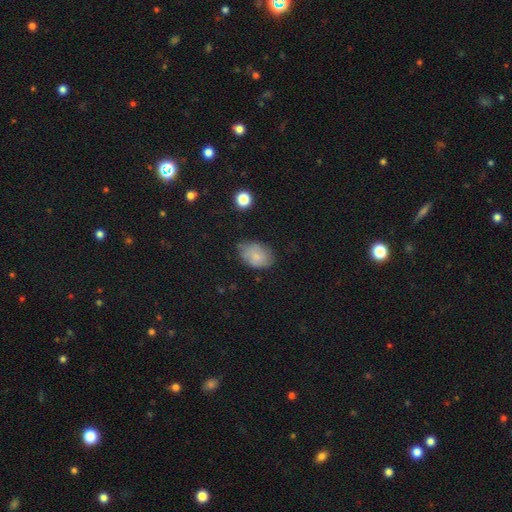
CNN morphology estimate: A smooth galaxy with no disk features (62%) that is in between round and cigar-shaped (83%). Merging: none (66%).